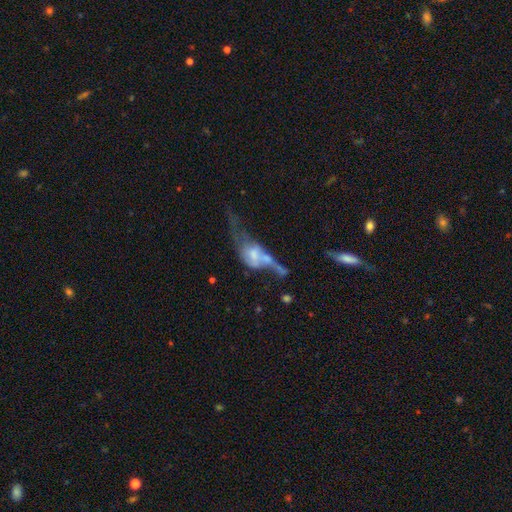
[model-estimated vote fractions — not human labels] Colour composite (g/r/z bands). It shows a featured or disk galaxy (56%). Merging: merger (40%).